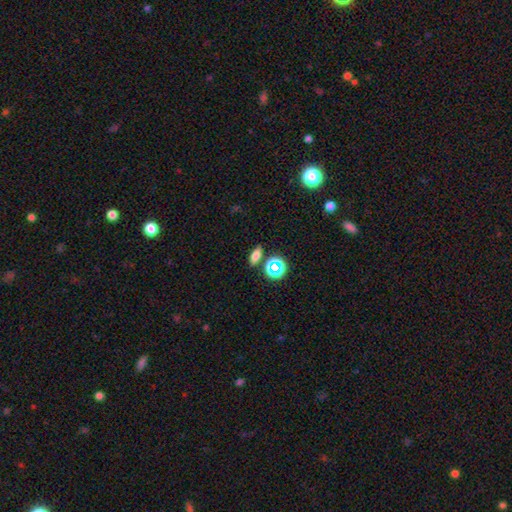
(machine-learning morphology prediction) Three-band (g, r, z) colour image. It shows a smooth galaxy with no disk features (71%) that is in between round and cigar-shaped (67%). Merging: none (81%).